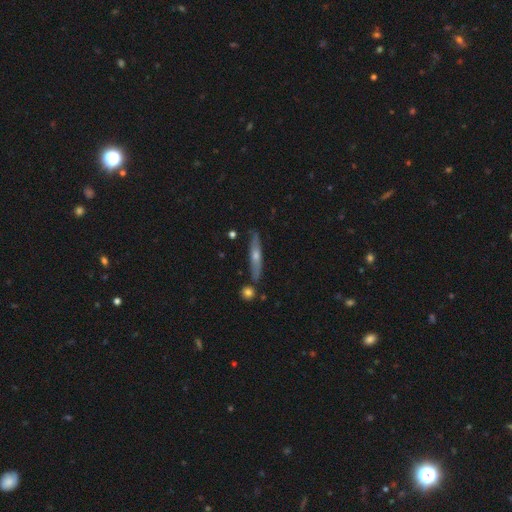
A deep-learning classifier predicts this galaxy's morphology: smooth-or-featured: featured or disk: 60% | smooth: 33% | star or artifact: 7%
  disk-edge-on: yes: 91% | no: 9%
    edge-on-bulge: rounded: 84% | none: 13% | boxy: 3%
  merging: none: 83% | minor disturbance: 10% | merger: 5% | major disturbance: 2%